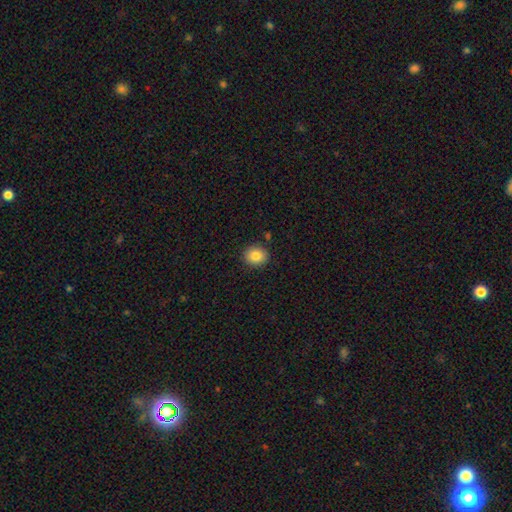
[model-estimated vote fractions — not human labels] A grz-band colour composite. It shows a smooth galaxy with no disk features (84%) that is round (74%). Merging: none (88%).